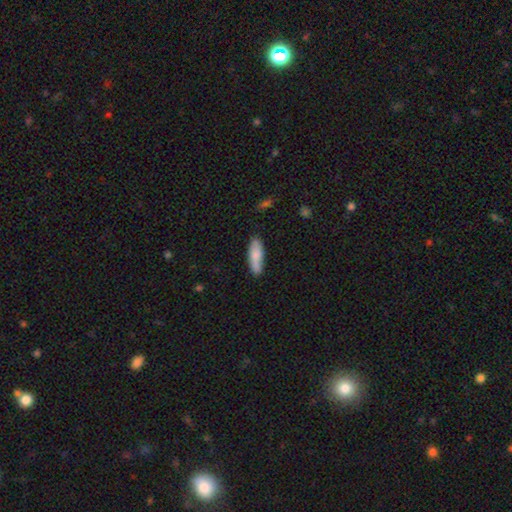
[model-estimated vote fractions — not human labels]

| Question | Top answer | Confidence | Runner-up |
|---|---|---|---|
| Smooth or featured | smooth | 80% | featured or disk (14%) |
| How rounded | in between | 57% | cigar-shaped (41%) |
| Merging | none | 76% | minor disturbance (18%) |